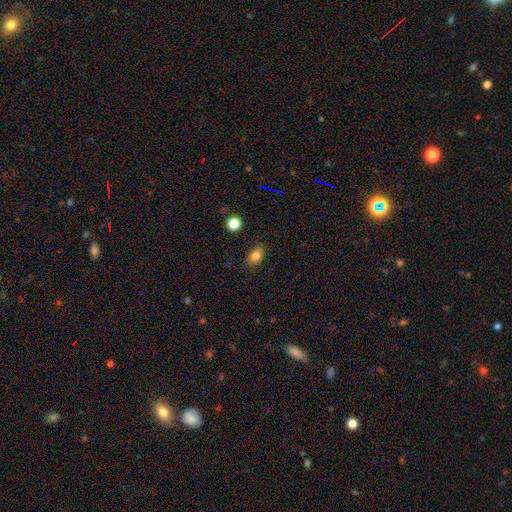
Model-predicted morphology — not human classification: Q: Smooth or featured?
A: smooth (81%); runner-up: star or artifact (11%)
Q: How rounded?
A: in between (75%); runner-up: round (23%)
Q: Merging?
A: none (81%); runner-up: minor disturbance (14%)